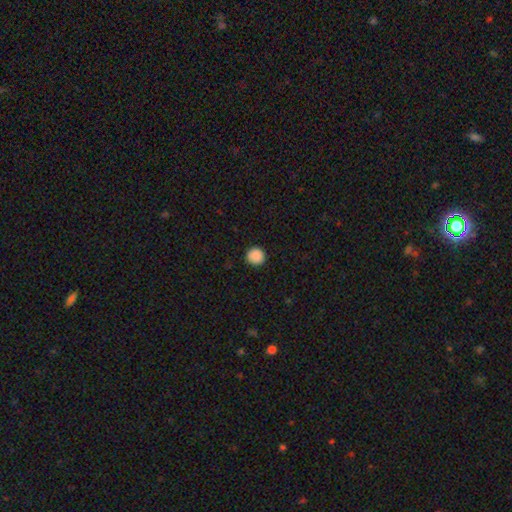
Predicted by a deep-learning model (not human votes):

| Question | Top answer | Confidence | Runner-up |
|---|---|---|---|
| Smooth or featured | smooth | 89% | star or artifact (9%) |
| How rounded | round | 94% | in between (5%) |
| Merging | none | 92% | minor disturbance (5%) |